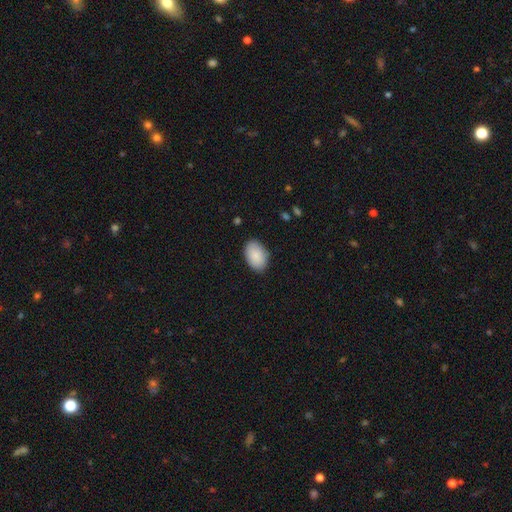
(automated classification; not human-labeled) Overall: smooth (90%). How rounded: in between (91%). Merging: none (86%).